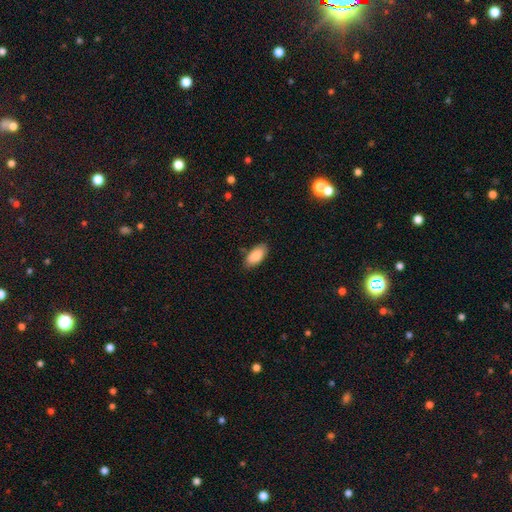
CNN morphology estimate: Overall: smooth (86%). How rounded: in between (93%). Merging: none (83%).